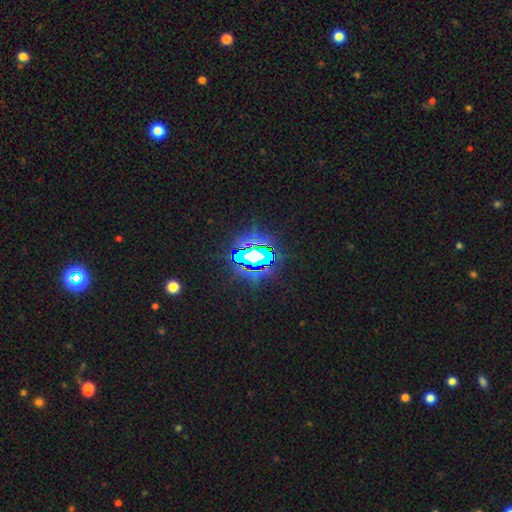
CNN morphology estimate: smooth_or_featured: star or artifact (p=0.73) [alt: featured or disk p=0.13]